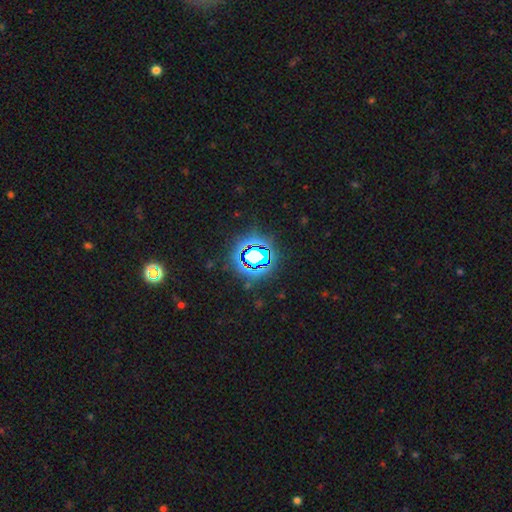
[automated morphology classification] star or artifact 82%, smooth 11%, featured or disk 7%.